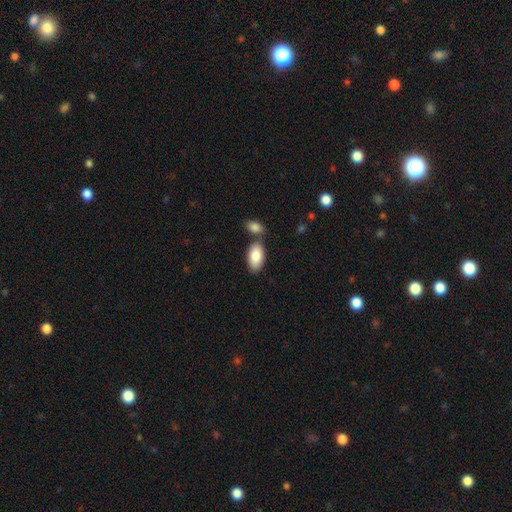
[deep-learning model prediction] Smooth or featured? smooth (86%)
How rounded? in between (95%)
Merging? none (63%)